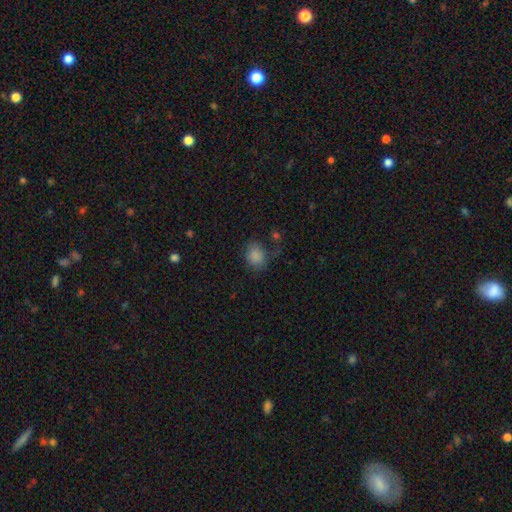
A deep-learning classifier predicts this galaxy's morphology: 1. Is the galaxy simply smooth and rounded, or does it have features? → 83% smooth, 11% star or artifact, 6% featured or disk.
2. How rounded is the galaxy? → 52% in between, 47% round, 1% cigar-shaped.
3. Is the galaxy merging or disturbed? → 55% none, 23% minor disturbance, 16% major disturbance, 7% merger.